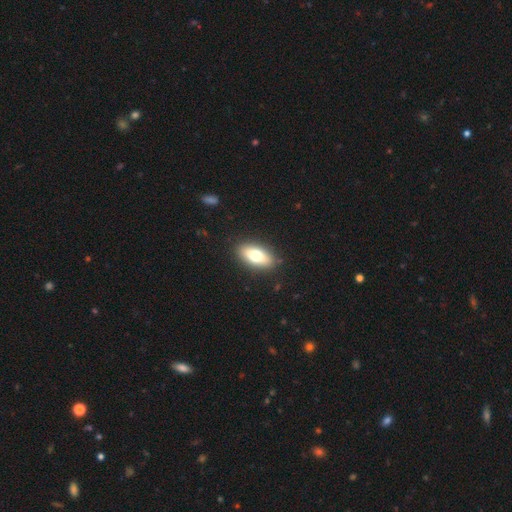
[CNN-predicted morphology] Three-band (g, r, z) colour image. It shows a smooth galaxy with no disk features (69%) that is in between round and cigar-shaped (84%). Merging: none (88%).